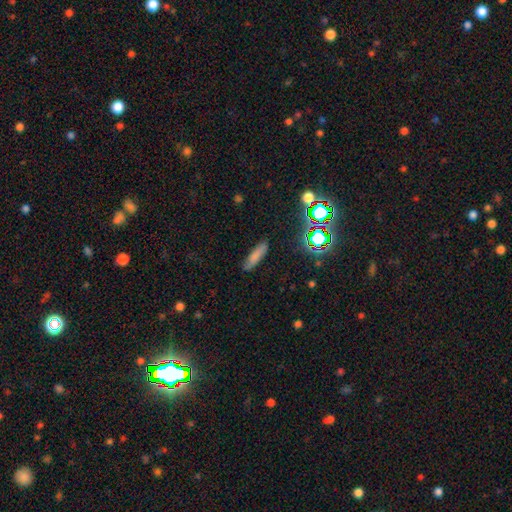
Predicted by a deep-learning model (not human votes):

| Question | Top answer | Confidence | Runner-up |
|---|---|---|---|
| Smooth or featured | smooth | 75% | star or artifact (14%) |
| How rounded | cigar-shaped | 69% | in between (29%) |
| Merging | none | 83% | minor disturbance (12%) |